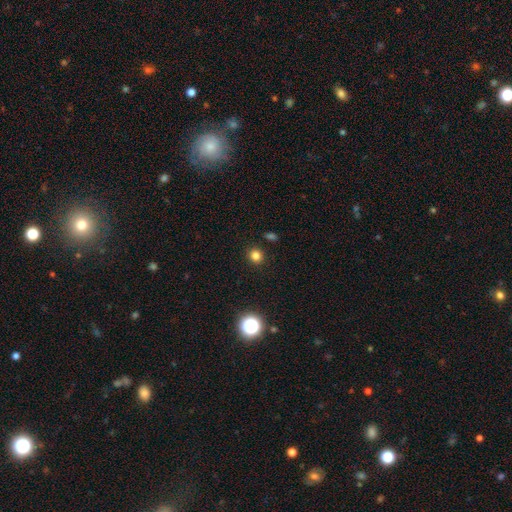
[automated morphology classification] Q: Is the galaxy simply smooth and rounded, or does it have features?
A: smooth — 80%.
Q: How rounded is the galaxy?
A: round — 87%.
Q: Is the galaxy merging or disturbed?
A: none — 90%.